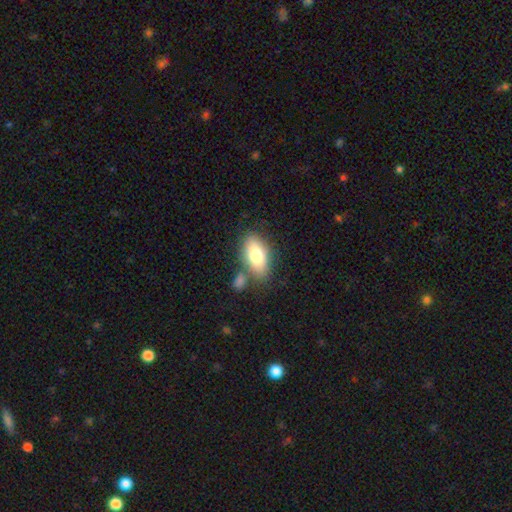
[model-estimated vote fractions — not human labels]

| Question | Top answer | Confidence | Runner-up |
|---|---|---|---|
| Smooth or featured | smooth | 79% | featured or disk (15%) |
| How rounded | in between | 91% | cigar-shaped (5%) |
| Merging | none | 65% | minor disturbance (15%) |